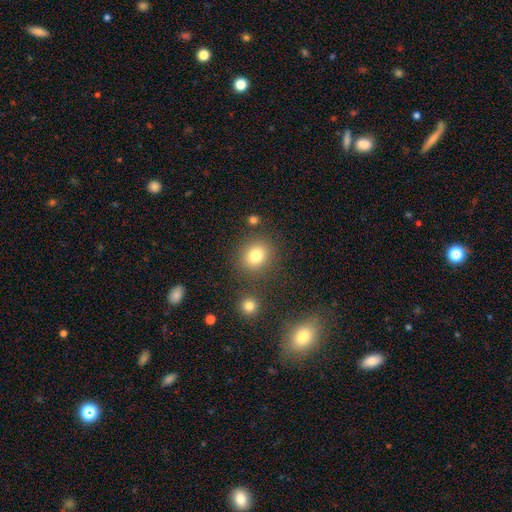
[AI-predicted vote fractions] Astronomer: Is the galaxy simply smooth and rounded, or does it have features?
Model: smooth — 80%.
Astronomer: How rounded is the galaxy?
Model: round — 74%.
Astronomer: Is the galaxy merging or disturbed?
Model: none — 81%.